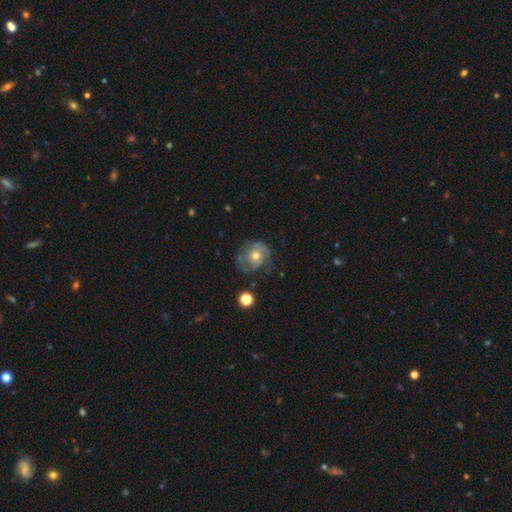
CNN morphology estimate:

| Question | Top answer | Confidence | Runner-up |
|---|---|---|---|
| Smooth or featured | featured or disk | 72% | smooth (21%) |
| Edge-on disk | no | 97% | yes (3%) |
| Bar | no | 81% | weak (16%) |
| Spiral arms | yes | 82% | no (18%) |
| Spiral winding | tight | 53% | medium (35%) |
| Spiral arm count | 2 | 51% | can't tell (26%) |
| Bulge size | moderate | 69% | small (24%) |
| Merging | none | 62% | minor disturbance (22%) |